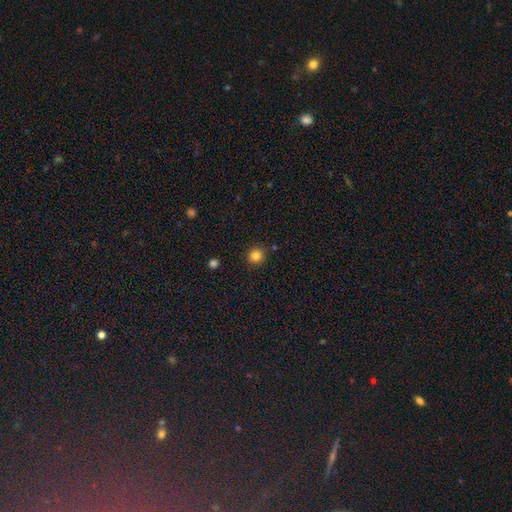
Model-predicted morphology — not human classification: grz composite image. It shows a smooth galaxy with no disk features (84%) that is round (92%). Merging: none (88%).